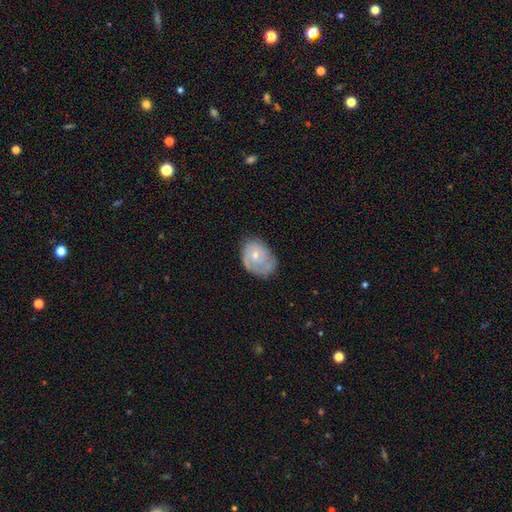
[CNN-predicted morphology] smooth_or_featured: featured or disk (p=0.52) [alt: smooth p=0.40]
disk_edge_on: no (p=0.97) [alt: yes p=0.03]
bar: no (p=0.73) [alt: weak p=0.24]
has_spiral_arms: yes (p=0.68) [alt: no p=0.32]
bulge_size: small (p=0.58) [alt: moderate p=0.37]
merging: none (p=0.51) [alt: minor disturbance p=0.32]